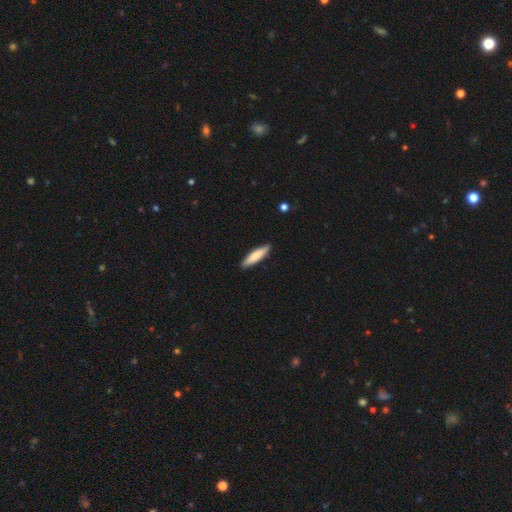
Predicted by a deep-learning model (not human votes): Q: Smooth or featured?
A: smooth (78%); runner-up: featured or disk (17%)
Q: How rounded?
A: cigar-shaped (72%); runner-up: in between (27%)
Q: Merging?
A: none (89%); runner-up: minor disturbance (8%)